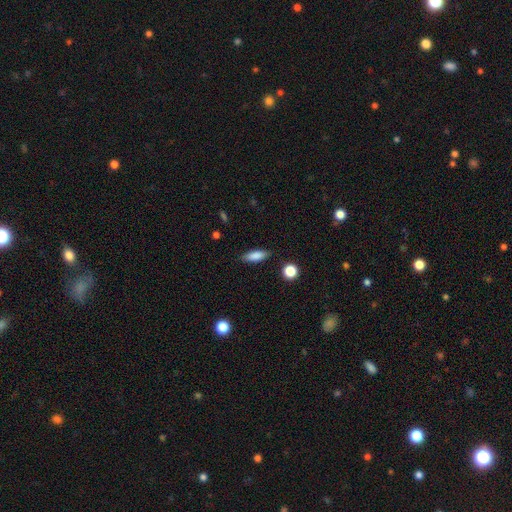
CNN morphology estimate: Smooth or featured? Predicted: smooth (p=0.84). How rounded? Predicted: in between (p=0.61). Merging? Predicted: none (p=0.85).